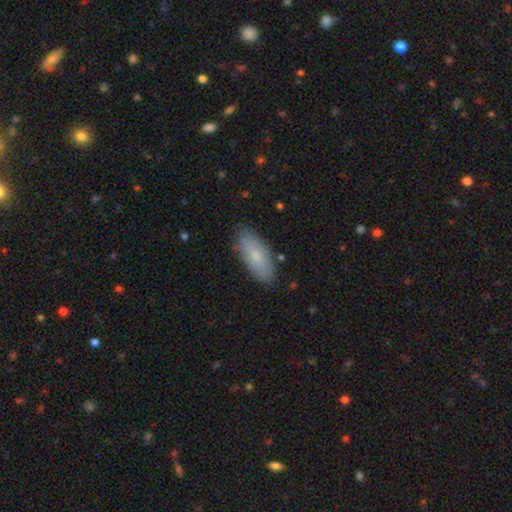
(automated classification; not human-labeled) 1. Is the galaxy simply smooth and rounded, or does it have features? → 77% smooth, 18% featured or disk, 6% star or artifact.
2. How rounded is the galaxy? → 80% in between, 18% cigar-shaped, 2% round.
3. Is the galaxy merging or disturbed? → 85% none, 12% minor disturbance, 2% major disturbance, 1% merger.